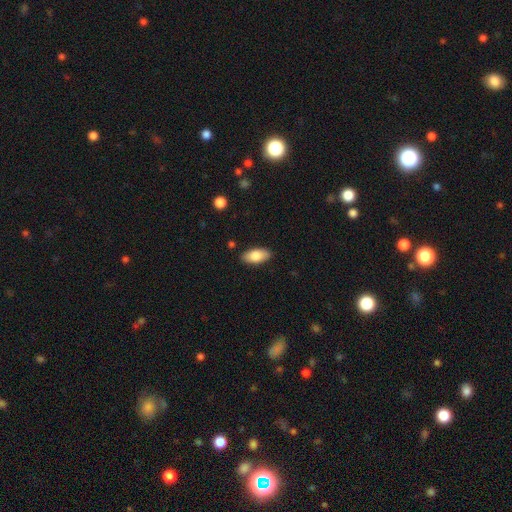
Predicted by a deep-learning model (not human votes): Smooth or featured: smooth — 82% (featured or disk — 12%)
How rounded: in between — 91% (cigar-shaped — 7%)
Merging: none — 87% (minor disturbance — 9%)